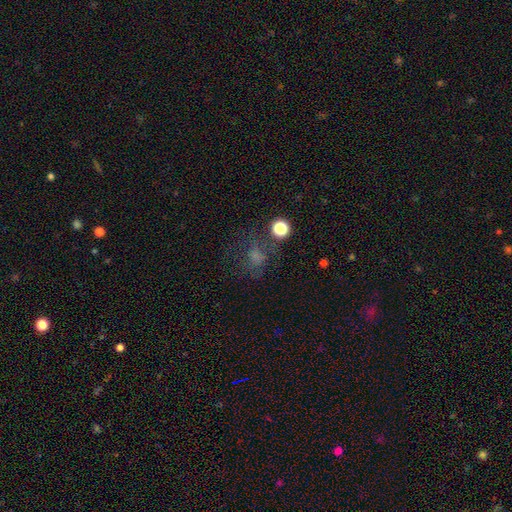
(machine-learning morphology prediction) Smooth or featured? Predicted: smooth (p=0.44). Merging? Predicted: none (p=0.58).